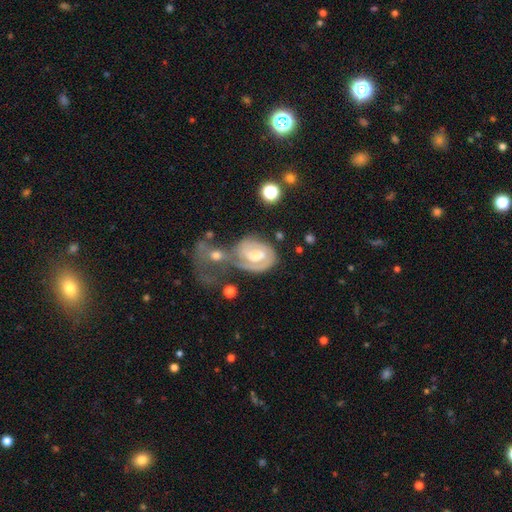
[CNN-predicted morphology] type=featured or disk (74%); edge-on=no (97%); bar=weak (48%); spiral arms=yes (88%); winding=tight (57%); arm count=2 (47%); bulge=moderate (54%); merging=merger (36%).